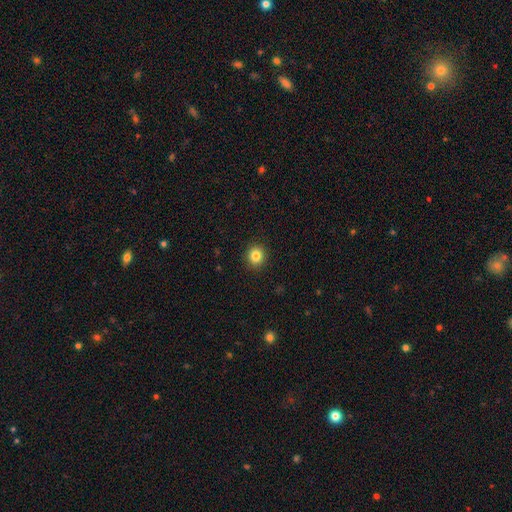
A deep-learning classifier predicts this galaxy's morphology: Smooth or featured? Predicted: smooth (p=0.84). How rounded? Predicted: round (p=0.89). Merging? Predicted: none (p=0.92).